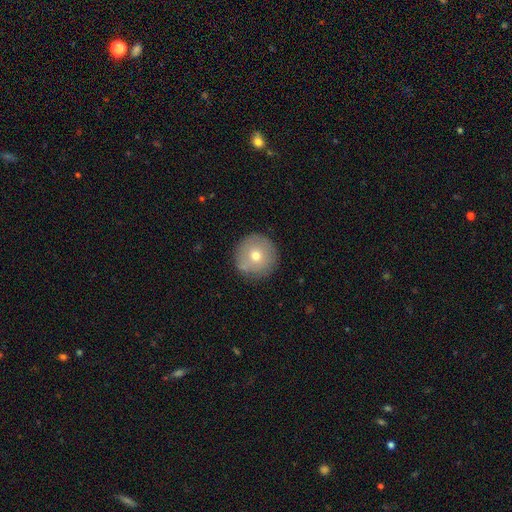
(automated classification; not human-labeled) Q: Smooth or featured?
A: smooth (68%); runner-up: featured or disk (22%)
Q: How rounded?
A: round (96%); runner-up: in between (3%)
Q: Merging?
A: none (85%); runner-up: minor disturbance (10%)